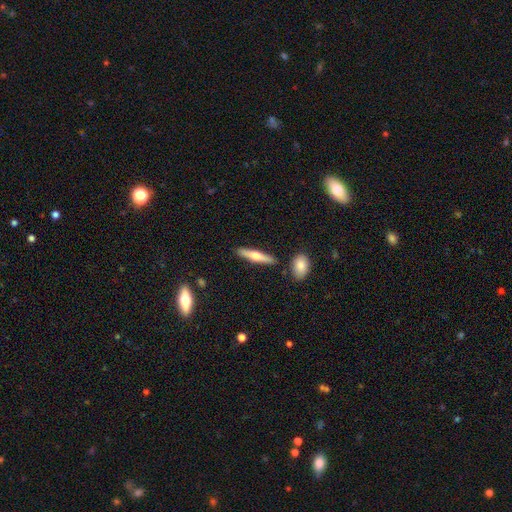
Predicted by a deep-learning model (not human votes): This appears to be a smooth galaxy with no disk features (47%, tied with featured or disk). Merging: none (86%).